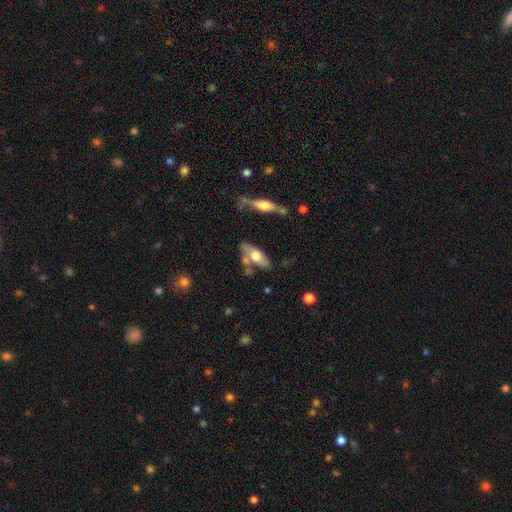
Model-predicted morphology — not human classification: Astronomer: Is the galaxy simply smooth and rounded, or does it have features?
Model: smooth — 53% (runner-up: featured or disk, 40%).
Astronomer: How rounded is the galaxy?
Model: in between — 69%.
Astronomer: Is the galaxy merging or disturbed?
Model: none — 57%.